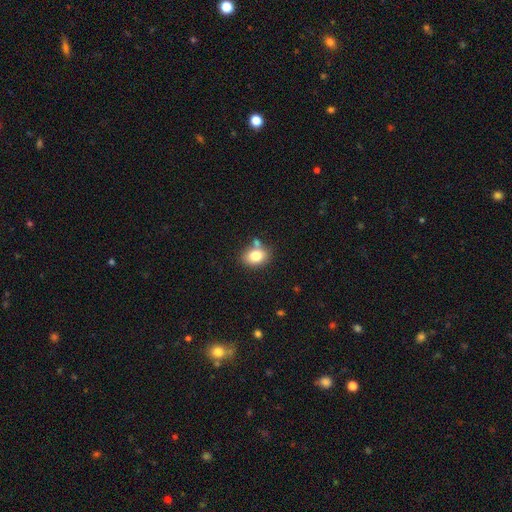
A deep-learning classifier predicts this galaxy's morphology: type=smooth (81%); roundness=in between (68%); merging=none (67%).